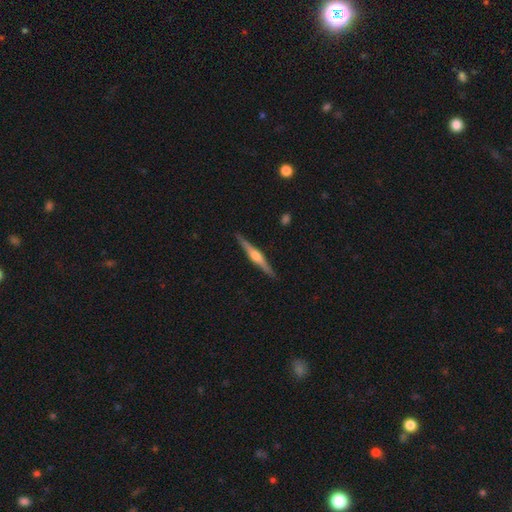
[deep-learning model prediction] smooth_or_featured: featured or disk (p=0.75) [alt: smooth p=0.19]
disk_edge_on: yes (p=0.98) [alt: no p=0.02]
edge_on_bulge: rounded (p=0.89) [alt: boxy p=0.07]
merging: none (p=0.91) [alt: minor disturbance p=0.07]